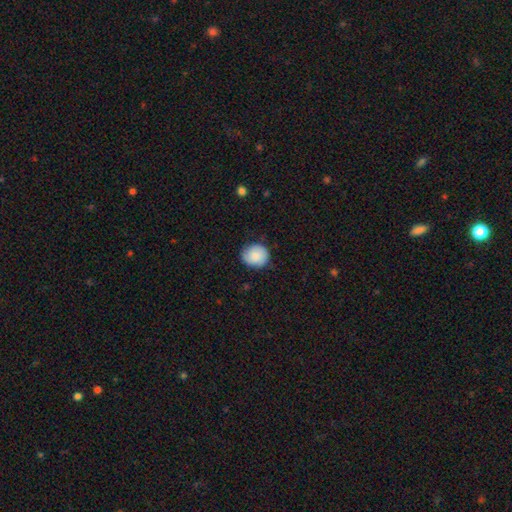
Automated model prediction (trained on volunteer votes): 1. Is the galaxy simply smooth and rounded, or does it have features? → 81% smooth, 12% featured or disk, 7% star or artifact.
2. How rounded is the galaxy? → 78% round, 21% in between, 1% cigar-shaped.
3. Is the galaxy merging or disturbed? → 75% none, 20% minor disturbance, 4% major disturbance, 1% merger.